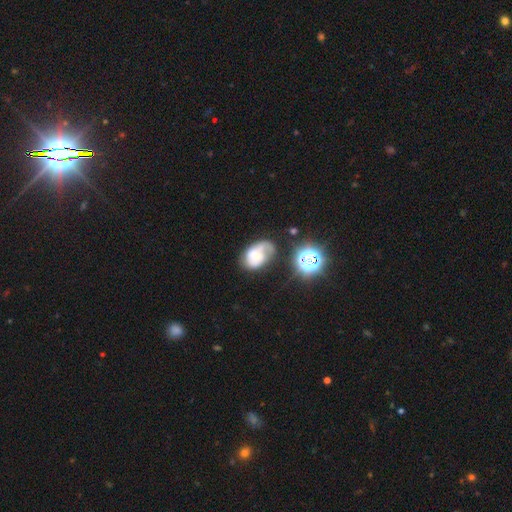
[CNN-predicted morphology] A featured or disk galaxy (53%) with no bar (69%), spiral arms (71%) and a small central bulge (50%). Merging: none (39%).